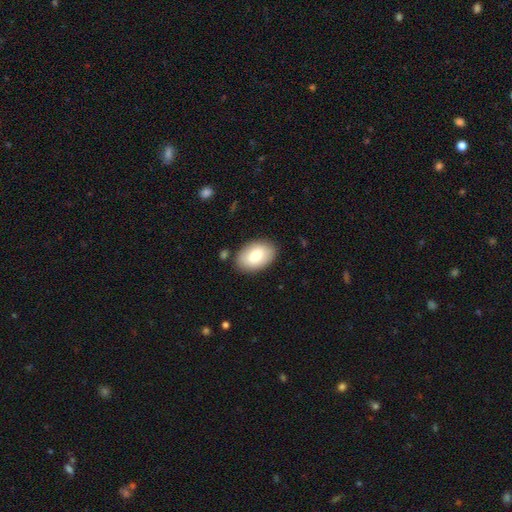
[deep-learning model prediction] Smooth or featured? Predicted: smooth (p=0.78). How rounded? Predicted: in between (p=0.90). Merging? Predicted: none (p=0.86).